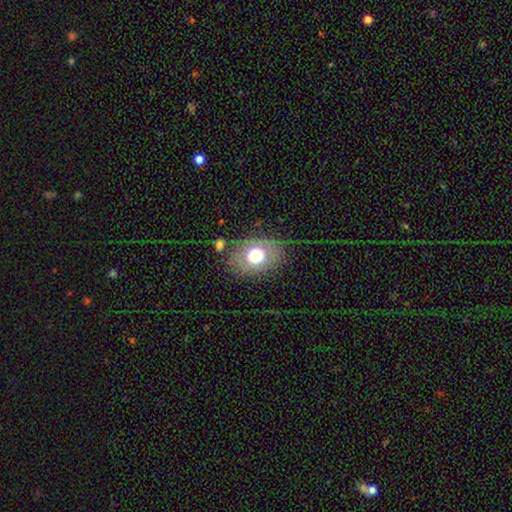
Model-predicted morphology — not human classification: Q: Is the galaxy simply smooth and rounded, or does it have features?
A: smooth — 65%.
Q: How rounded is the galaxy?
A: in between — 66%.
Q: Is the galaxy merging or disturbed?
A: none — 68%.